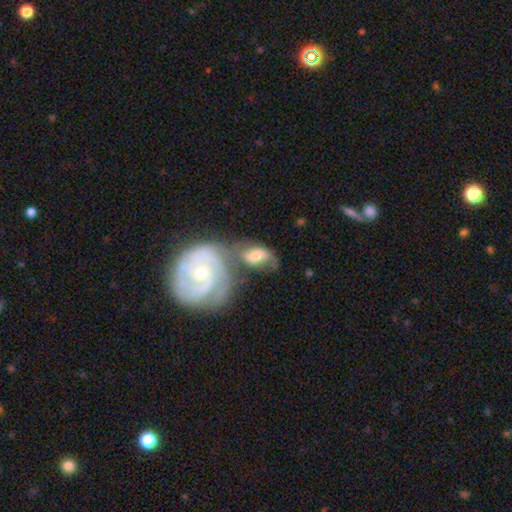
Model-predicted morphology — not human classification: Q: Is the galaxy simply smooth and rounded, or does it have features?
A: featured or disk — 60%.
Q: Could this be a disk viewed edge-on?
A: no — 96%.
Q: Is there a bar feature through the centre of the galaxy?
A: no — 49%.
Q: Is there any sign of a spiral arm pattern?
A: yes — 88%.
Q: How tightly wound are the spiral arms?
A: tight — 43%.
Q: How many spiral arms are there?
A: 2 — 63%.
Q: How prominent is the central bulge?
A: moderate — 50%.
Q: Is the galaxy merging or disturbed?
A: merger — 53%.